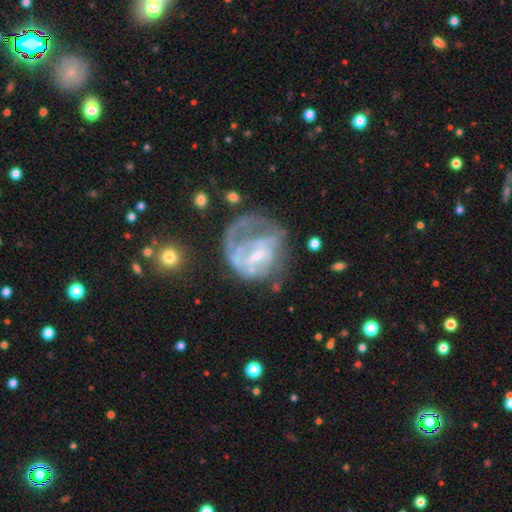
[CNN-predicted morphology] This appears to be a featured or disk galaxy (72%) with a weak bar (47%), spiral arms (63%) and a small central bulge (44%). Merging: major disturbance (43%).